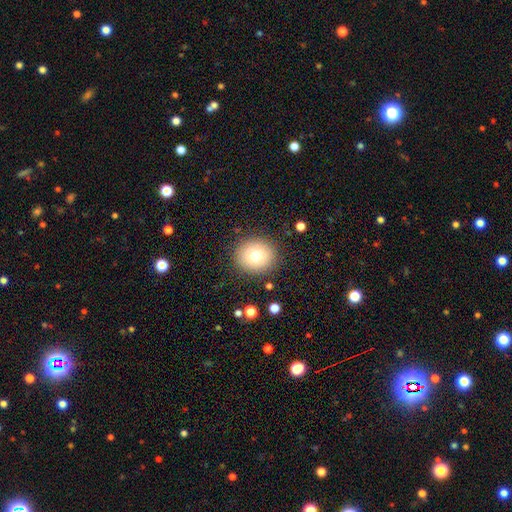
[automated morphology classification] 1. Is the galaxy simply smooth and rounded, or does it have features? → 75% smooth, 13% featured or disk, 12% star or artifact.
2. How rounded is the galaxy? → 84% round, 16% in between, 1% cigar-shaped.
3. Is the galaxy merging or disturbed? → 88% none, 8% minor disturbance, 3% major disturbance, 1% merger.